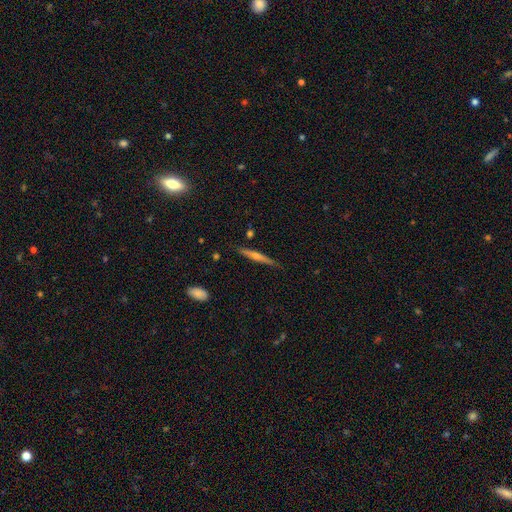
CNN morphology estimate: Smooth or featured?
  - featured or disk: 64% *
  - smooth: 30%
  - star or artifact: 7%
Edge-on disk?
  - yes: 97% *
  - no: 3%
Edge-on bulge?
  - rounded: 78% *
  - none: 17%
  - boxy: 5%
Merging?
  - none: 86% *
  - minor disturbance: 11%
  - major disturbance: 2%
  - merger: 2%